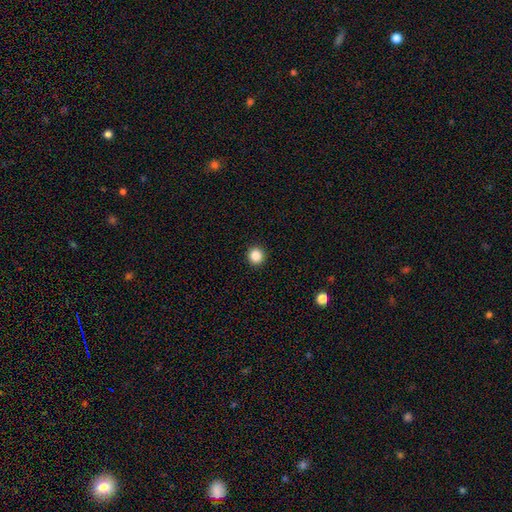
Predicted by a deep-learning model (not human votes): Smooth or featured?
  - smooth: 87% *
  - star or artifact: 10%
  - featured or disk: 3%
How rounded?
  - round: 95% *
  - in between: 4%
  - cigar-shaped: 1%
Merging?
  - none: 94% *
  - minor disturbance: 4%
  - major disturbance: 2%
  - merger: 1%